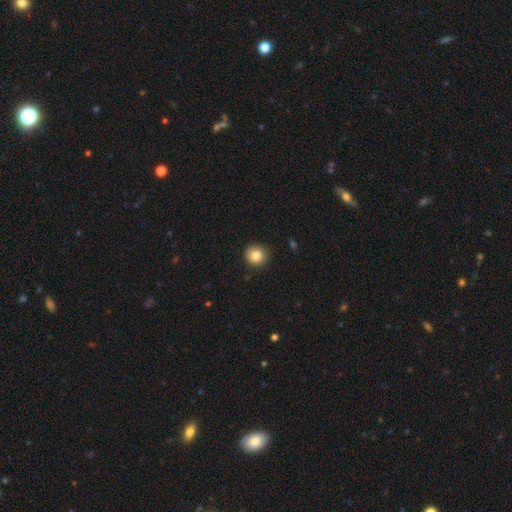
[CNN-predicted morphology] A smooth galaxy with no disk features (84%) that is round (91%). Merging: none (91%).